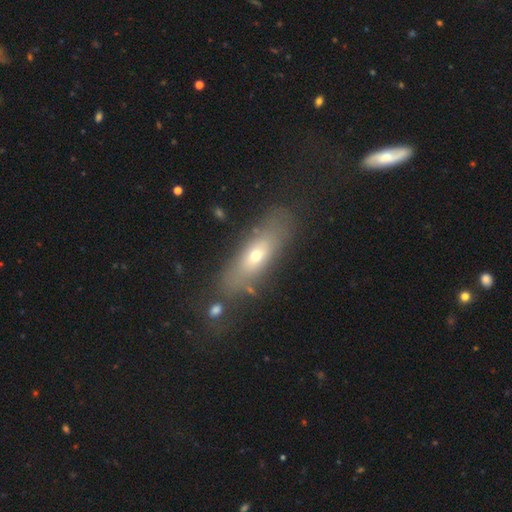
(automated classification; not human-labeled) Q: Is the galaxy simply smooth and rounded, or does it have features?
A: smooth — 54%.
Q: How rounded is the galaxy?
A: in between — 50%.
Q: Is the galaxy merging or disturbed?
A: none — 71%.